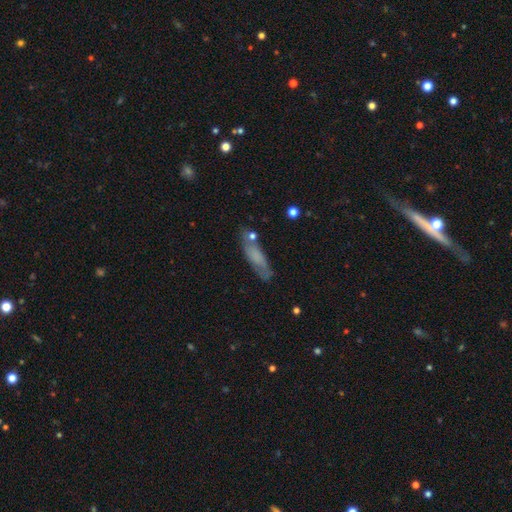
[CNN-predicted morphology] The model was most divided on "how rounded": cigar-shaped: 61%, in between: 37%, round: 2%. More confident: merging — none (65%); smooth or featured — smooth (60%).